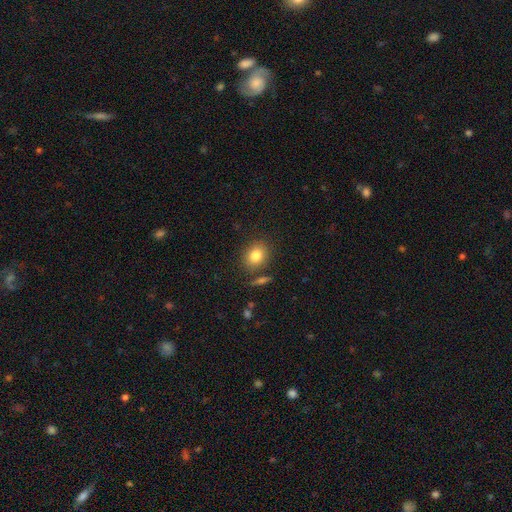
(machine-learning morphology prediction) This is clearly a smooth galaxy (82%). How rounded: possibly round (54%). Merging: clearly none (81%).